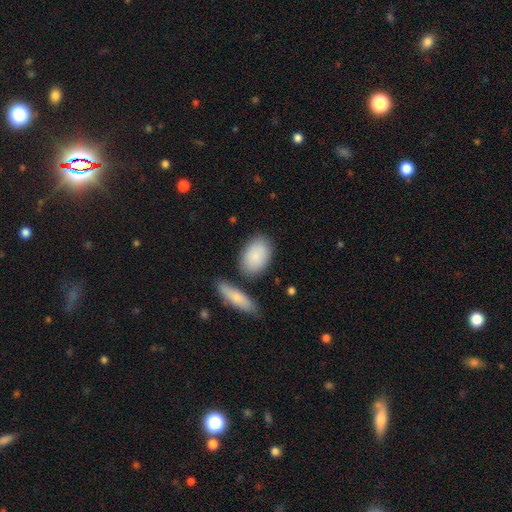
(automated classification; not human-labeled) This is clearly a smooth galaxy (87%). How rounded: clearly in between (89%). Merging: likely none (74%).